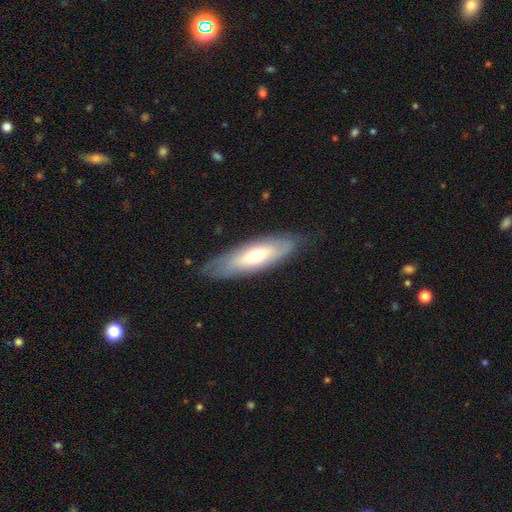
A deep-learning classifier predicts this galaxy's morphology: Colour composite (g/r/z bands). It shows a smooth galaxy with no disk features (49%). Merging: none (79%).